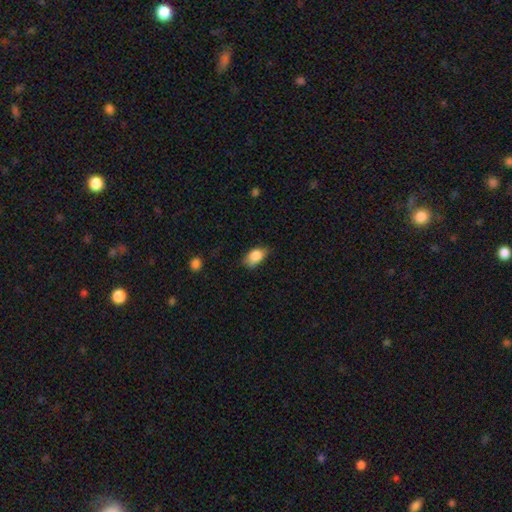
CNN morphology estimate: Smooth or featured? smooth (84%)
How rounded? in between (86%)
Merging? none (59%)